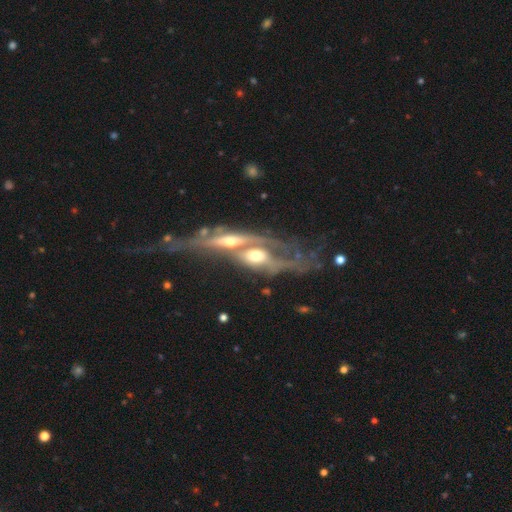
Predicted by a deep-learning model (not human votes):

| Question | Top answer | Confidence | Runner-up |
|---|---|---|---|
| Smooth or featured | featured or disk | 73% | smooth (19%) |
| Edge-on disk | no | 54% | yes (46%) |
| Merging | merger | 57% | none (18%) |